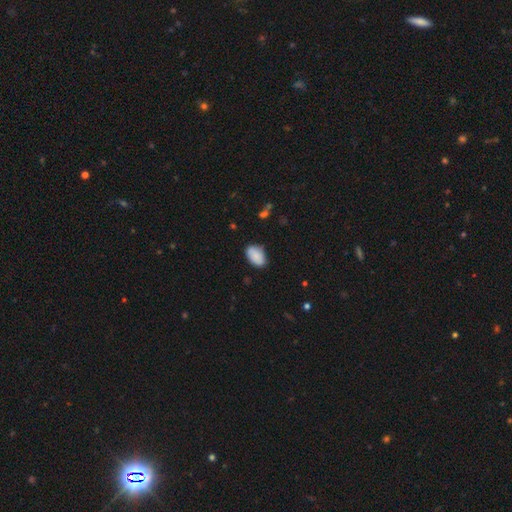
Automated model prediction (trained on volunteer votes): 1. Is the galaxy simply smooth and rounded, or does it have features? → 88% smooth, 7% star or artifact, 6% featured or disk.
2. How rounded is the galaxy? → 91% in between, 7% round, 1% cigar-shaped.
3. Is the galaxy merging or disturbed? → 77% none, 18% minor disturbance, 3% major disturbance, 2% merger.